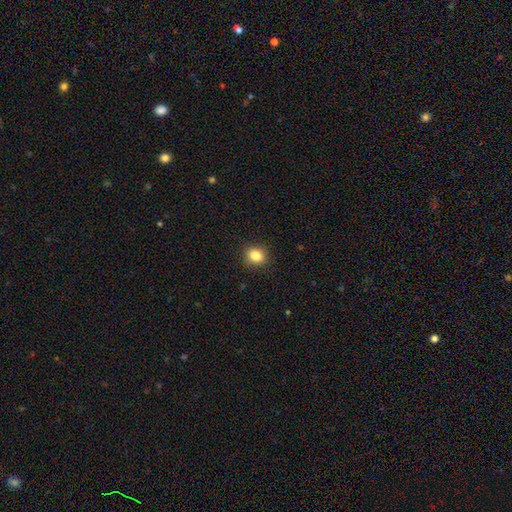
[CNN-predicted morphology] smooth-or-featured: smooth: 84% | star or artifact: 10% | featured or disk: 6%
  how-rounded: round: 57% | in between: 42% | cigar-shaped: 1%
  merging: none: 89% | minor disturbance: 8% | major disturbance: 2% | merger: 1%